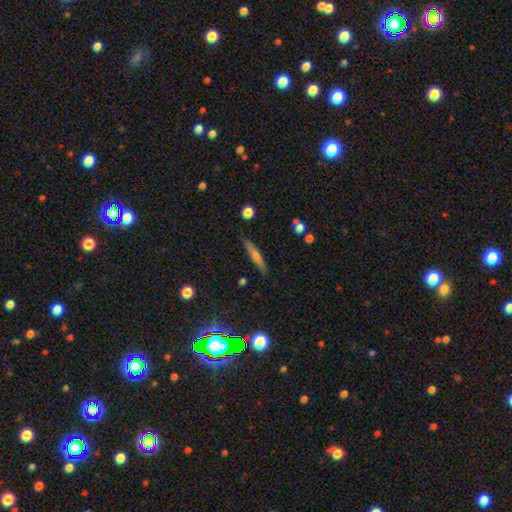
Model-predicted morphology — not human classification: smooth_or_featured: smooth (p=0.50) [alt: featured or disk p=0.40]
how_rounded: cigar-shaped (p=0.90) [alt: in between p=0.08]
merging: none (p=0.87) [alt: minor disturbance p=0.10]